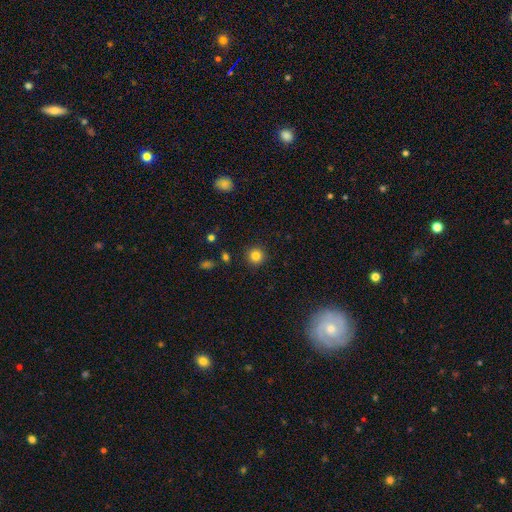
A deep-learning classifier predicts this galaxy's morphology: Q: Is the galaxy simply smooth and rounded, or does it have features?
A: smooth — 83%.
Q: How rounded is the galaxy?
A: round — 94%.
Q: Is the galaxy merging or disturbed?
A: none — 91%.